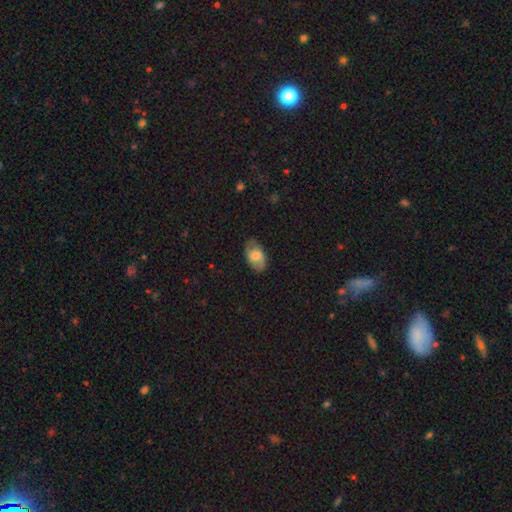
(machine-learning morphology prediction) The model was most divided on "smooth or featured": smooth: 66%, featured or disk: 27%, star or artifact: 7%. More confident: how rounded — in between (91%); merging — none (77%).